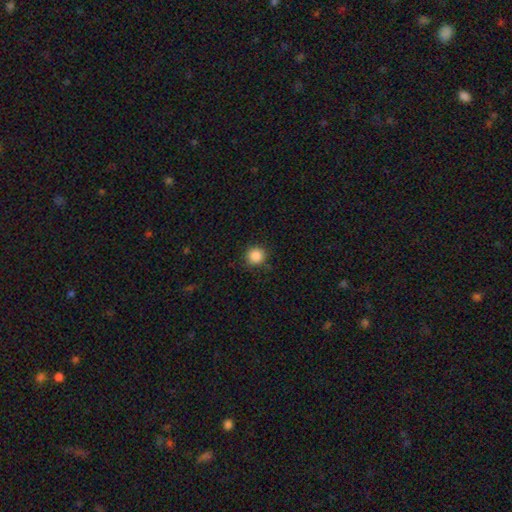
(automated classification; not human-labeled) This appears to be a smooth galaxy with no disk features (87%) that is round (94%). Merging: none (88%).